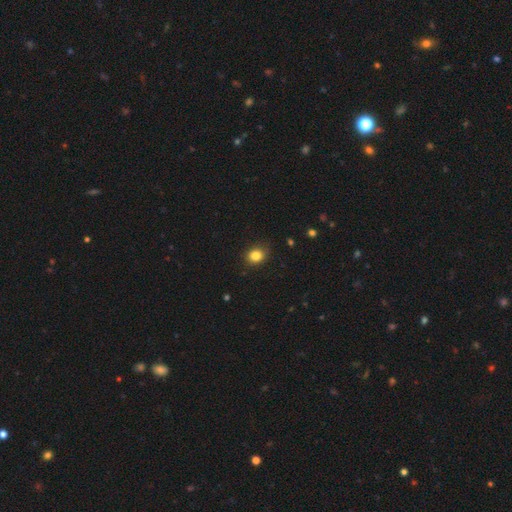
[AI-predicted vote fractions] The model was most divided on "how rounded": round: 61%, in between: 38%, cigar-shaped: 1%. More confident: smooth or featured — smooth (84%); merging — none (83%).